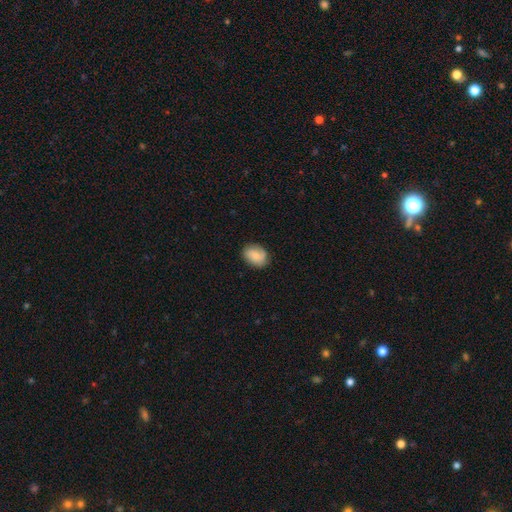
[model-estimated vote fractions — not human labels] Overall: smooth (68%). How rounded: in between (66%; round 33%). Merging: none (78%).